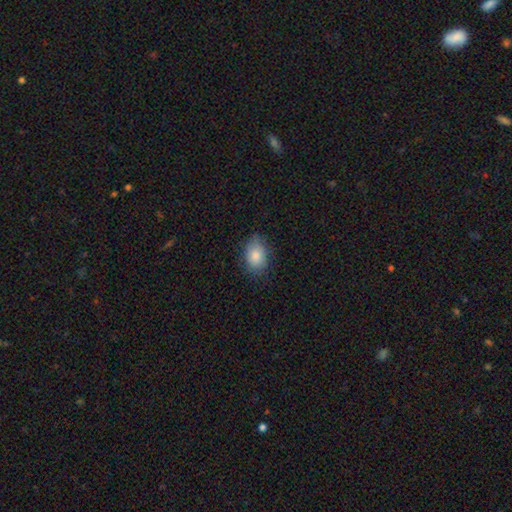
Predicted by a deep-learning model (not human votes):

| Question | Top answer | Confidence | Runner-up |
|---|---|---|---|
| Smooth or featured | smooth | 83% | featured or disk (9%) |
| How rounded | in between | 81% | round (18%) |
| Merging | none | 78% | minor disturbance (17%) |